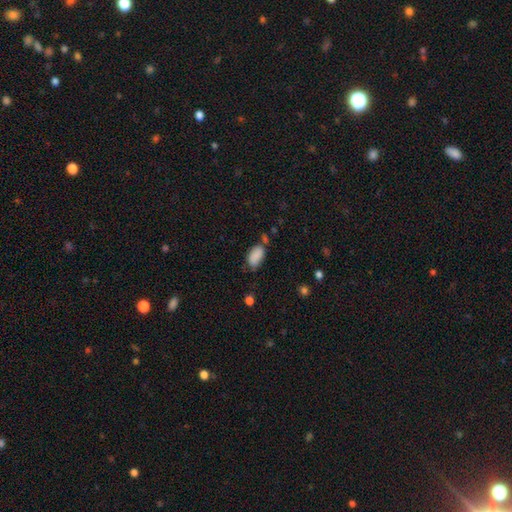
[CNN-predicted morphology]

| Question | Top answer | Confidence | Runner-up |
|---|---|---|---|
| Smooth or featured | smooth | 86% | star or artifact (8%) |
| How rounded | in between | 92% | round (6%) |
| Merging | none | 55% | minor disturbance (29%) |